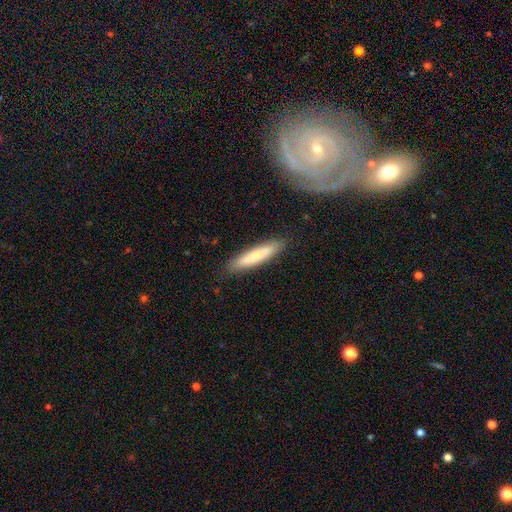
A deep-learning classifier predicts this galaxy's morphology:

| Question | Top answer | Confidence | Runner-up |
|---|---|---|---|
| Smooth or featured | smooth | 69% | featured or disk (25%) |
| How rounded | cigar-shaped | 86% | in between (13%) |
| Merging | none | 87% | minor disturbance (10%) |